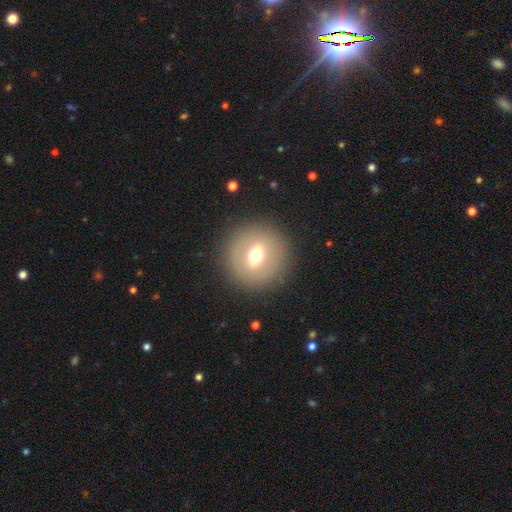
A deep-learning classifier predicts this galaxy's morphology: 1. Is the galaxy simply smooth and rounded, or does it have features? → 55% smooth, 34% featured or disk, 11% star or artifact.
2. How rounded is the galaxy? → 92% round, 6% in between, 1% cigar-shaped.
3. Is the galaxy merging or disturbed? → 88% none, 7% minor disturbance, 4% major disturbance, 1% merger.